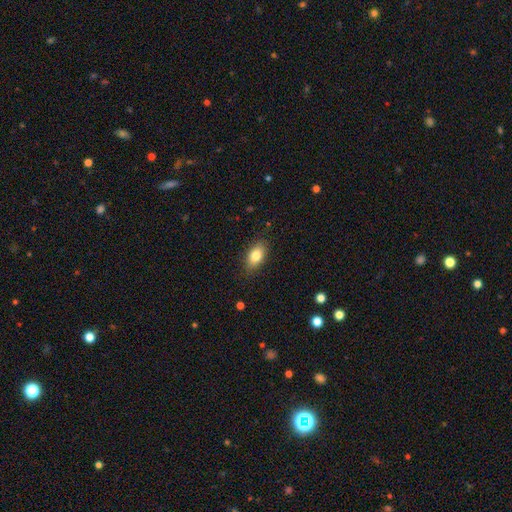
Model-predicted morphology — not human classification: type=smooth (82%); roundness=in between (88%); merging=none (85%).